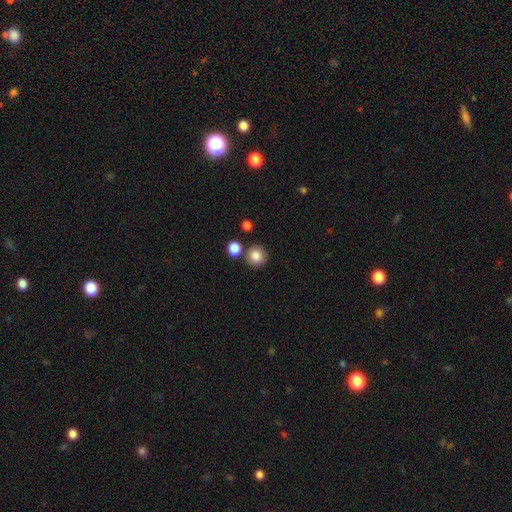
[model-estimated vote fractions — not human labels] Smooth or featured?
  - smooth: 86% *
  - star or artifact: 9%
  - featured or disk: 5%
How rounded?
  - round: 91% *
  - in between: 8%
  - cigar-shaped: 1%
Merging?
  - none: 78% *
  - merger: 11%
  - minor disturbance: 9%
  - major disturbance: 3%